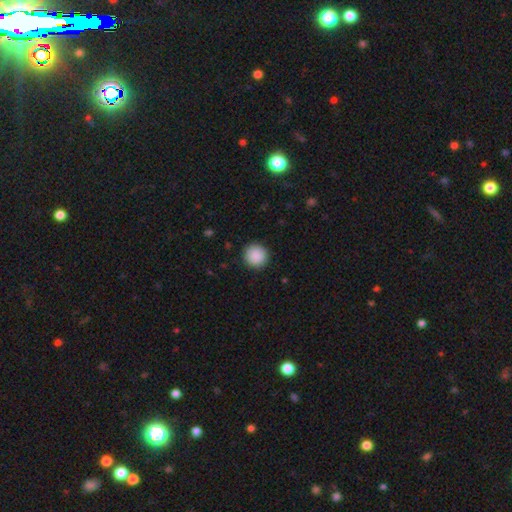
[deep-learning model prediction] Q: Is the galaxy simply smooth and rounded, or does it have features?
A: smooth — 89%.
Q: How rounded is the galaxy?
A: round — 95%.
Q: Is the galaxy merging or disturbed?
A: none — 92%.